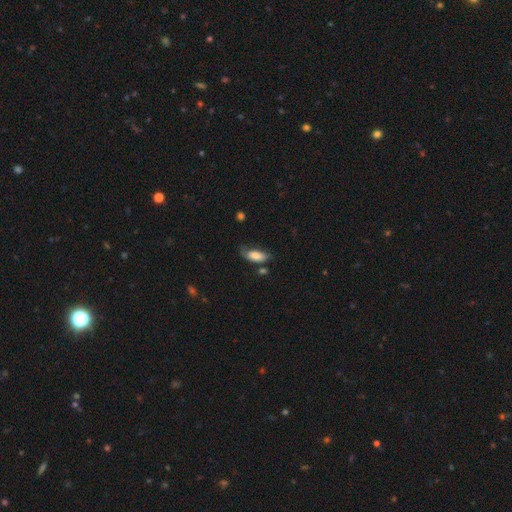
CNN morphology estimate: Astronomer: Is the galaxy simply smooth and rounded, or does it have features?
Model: smooth — 78%.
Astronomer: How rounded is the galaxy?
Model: in between — 87%.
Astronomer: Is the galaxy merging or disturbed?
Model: none — 44% (runner-up: minor disturbance, 34%).